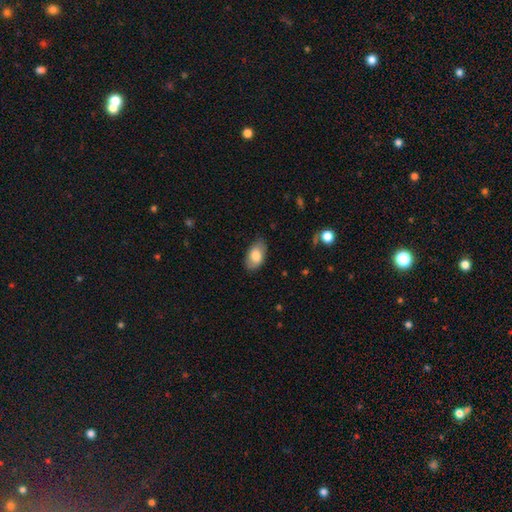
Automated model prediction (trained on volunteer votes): smooth-or-featured: smooth: 80% | featured or disk: 14% | star or artifact: 6%
  how-rounded: in between: 93% | round: 5% | cigar-shaped: 2%
  merging: none: 80% | minor disturbance: 16% | major disturbance: 3% | merger: 1%